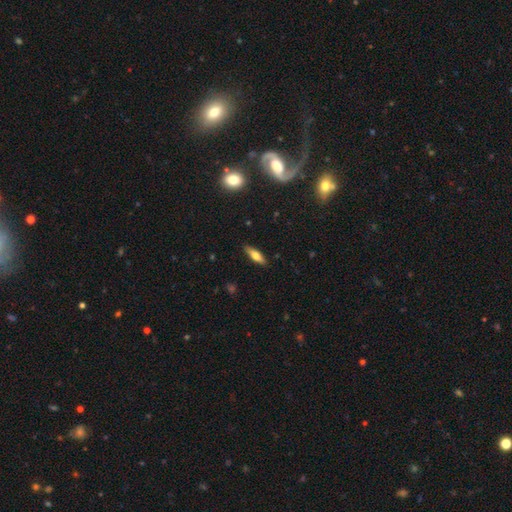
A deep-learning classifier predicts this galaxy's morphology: This appears to be a smooth galaxy with no disk features (63%) that is cigar-shaped (55%). Merging: none (87%).